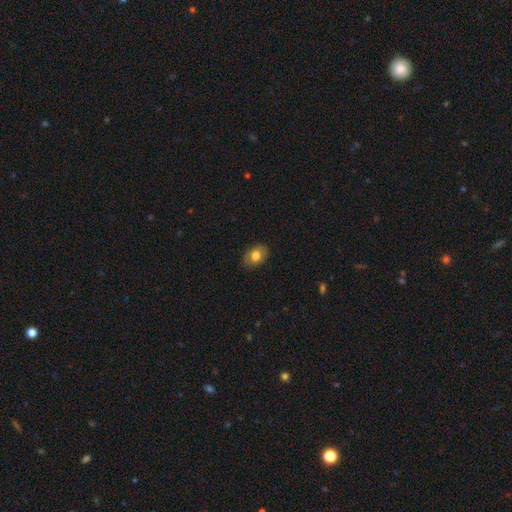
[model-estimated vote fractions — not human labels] A smooth galaxy with no disk features (77%) that is in between round and cigar-shaped (78%).

Vote fractions:
- Smooth or featured? smooth: 77% / featured or disk: 15% / star or artifact: 8%
- How rounded? in between: 78% / round: 21% / cigar-shaped: 1%
- Merging? none: 85% / minor disturbance: 11% / major disturbance: 2% / merger: 1%